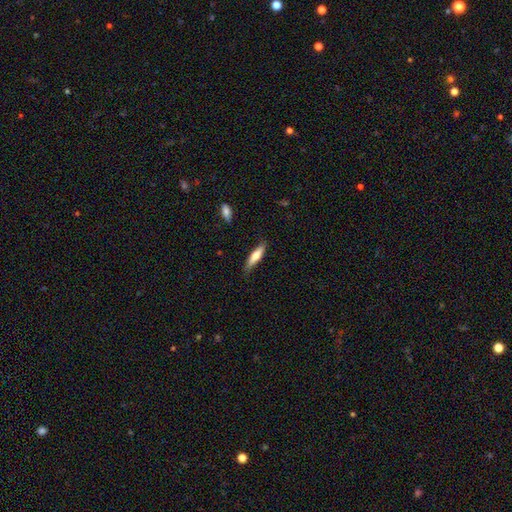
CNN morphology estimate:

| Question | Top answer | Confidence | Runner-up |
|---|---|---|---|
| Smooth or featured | smooth | 65% | featured or disk (29%) |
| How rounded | cigar-shaped | 71% | in between (27%) |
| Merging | none | 75% | minor disturbance (20%) |